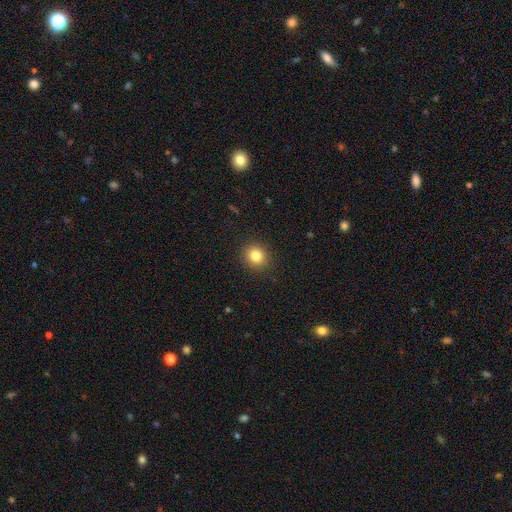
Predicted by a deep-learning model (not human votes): Smooth or featured? smooth (83%)
How rounded? round (85%)
Merging? none (91%)